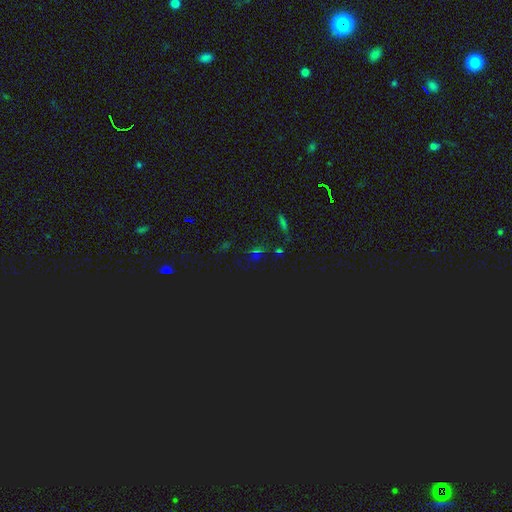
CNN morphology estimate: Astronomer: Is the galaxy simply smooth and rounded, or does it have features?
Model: star or artifact — 73%.